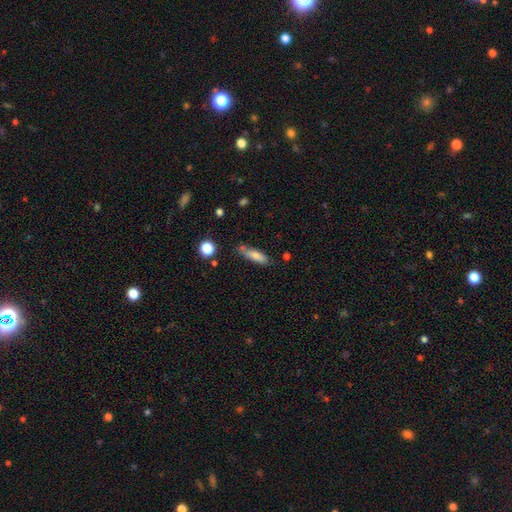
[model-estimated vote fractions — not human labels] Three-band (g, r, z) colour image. It shows a smooth galaxy with no disk features (77%) that is cigar-shaped (61%). Merging: none (68%).